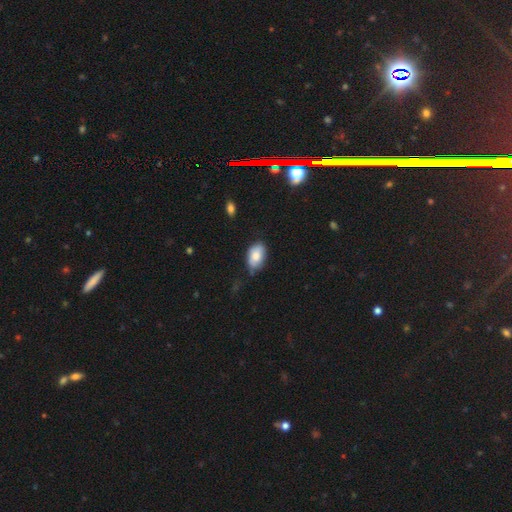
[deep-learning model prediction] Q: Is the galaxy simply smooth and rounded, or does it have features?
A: smooth — 80%.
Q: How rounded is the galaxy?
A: in between — 91%.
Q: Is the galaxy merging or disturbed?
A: none — 63%.